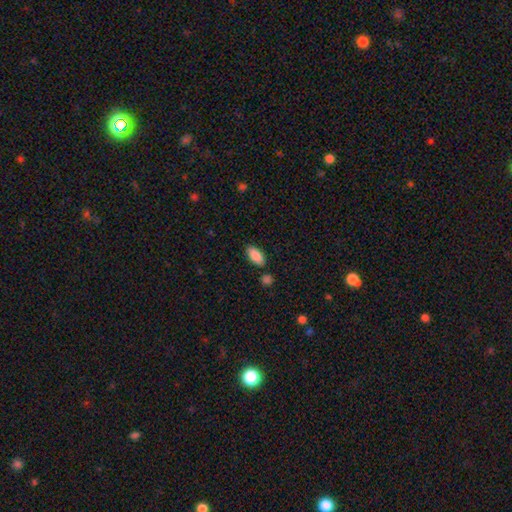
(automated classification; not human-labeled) This appears to be a smooth galaxy with no disk features (88%) that is in between round and cigar-shaped (88%). Merging: none (83%).